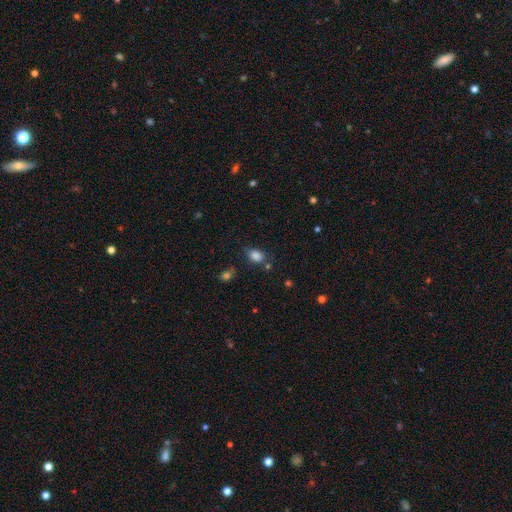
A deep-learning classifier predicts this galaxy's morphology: type=smooth (83%); roundness=in between (71%); merging=none (67%).